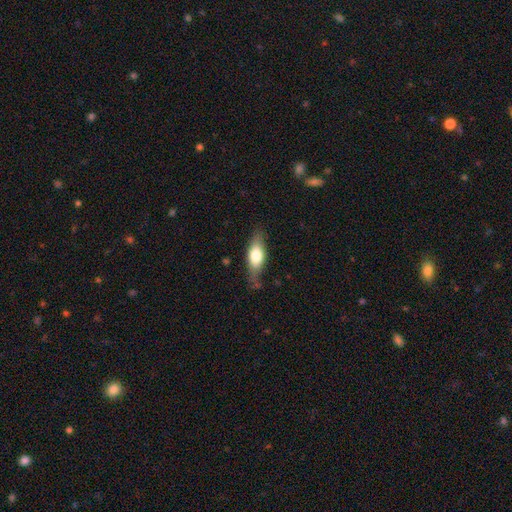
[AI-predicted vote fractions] Overall: smooth (64%; featured or disk 30%). How rounded: in between (71%). Merging: none (72%).